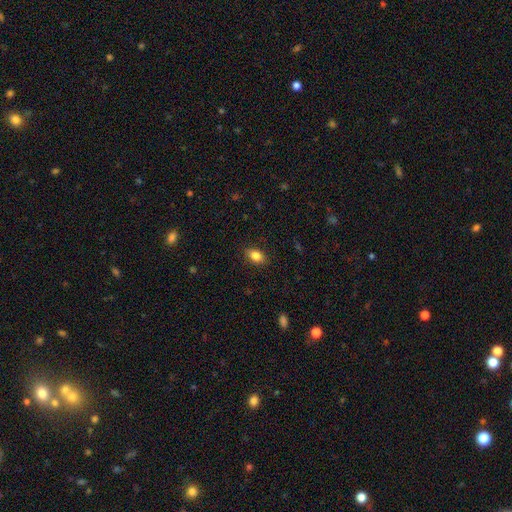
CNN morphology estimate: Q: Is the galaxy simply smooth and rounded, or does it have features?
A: smooth — 85%.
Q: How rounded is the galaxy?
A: in between — 86%.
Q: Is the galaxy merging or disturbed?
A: none — 87%.